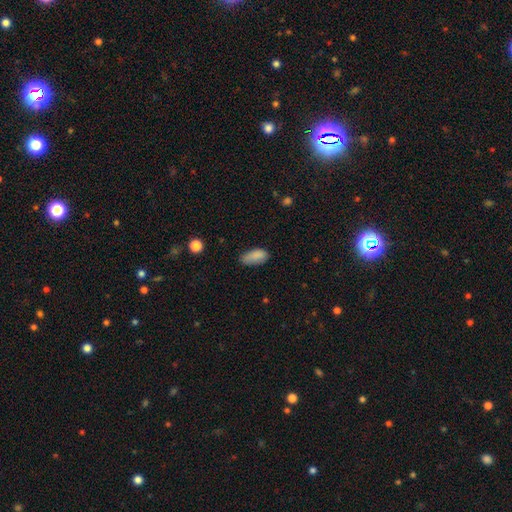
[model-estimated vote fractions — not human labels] This appears to be a smooth galaxy with no disk features (86%) that is in between round and cigar-shaped (88%). Merging: none (65%).